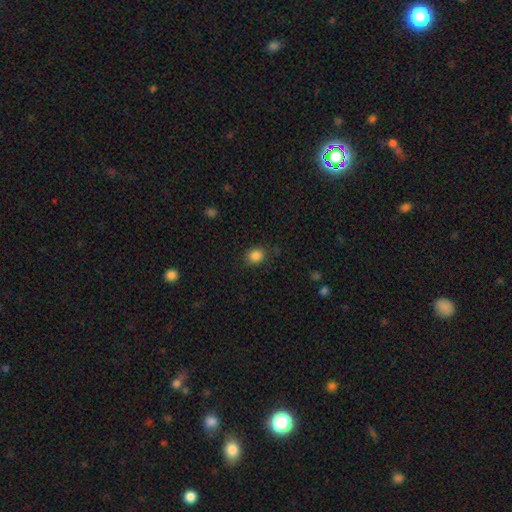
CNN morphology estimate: type=smooth (86%); roundness=round (67%); merging=none (85%).